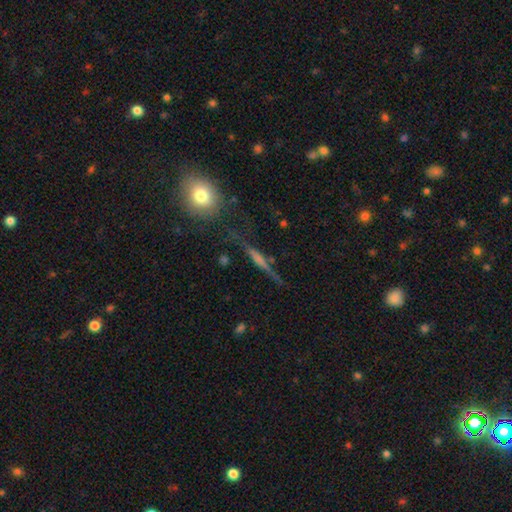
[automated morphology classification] The model was most divided on "edge-on bulge": none: 47%, rounded: 34%, boxy: 19%. More confident: edge-on disk — yes (89%); merging — none (77%); smooth or featured — featured or disk (59%).